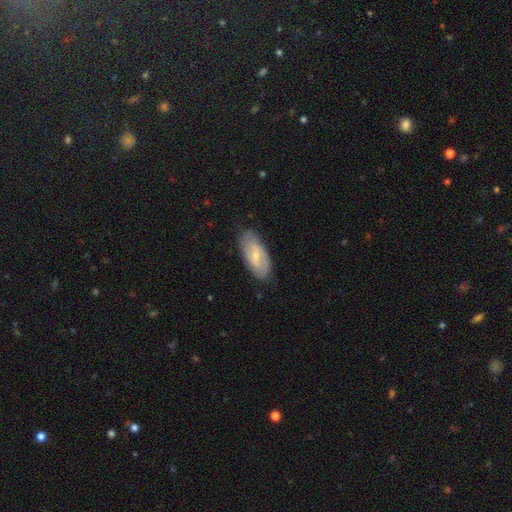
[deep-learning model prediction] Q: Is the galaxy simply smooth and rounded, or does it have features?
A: featured or disk — 57%.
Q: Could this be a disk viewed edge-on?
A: no — 91%.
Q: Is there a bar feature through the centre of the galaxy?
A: weak — 52%.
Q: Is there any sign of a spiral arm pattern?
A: yes — 71%.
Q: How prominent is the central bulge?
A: small — 61%.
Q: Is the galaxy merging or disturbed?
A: none — 79%.